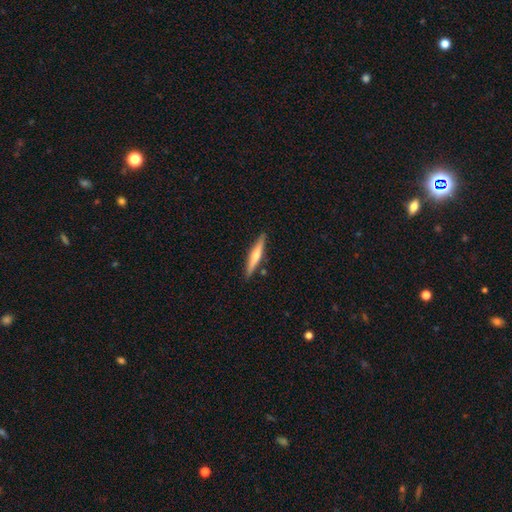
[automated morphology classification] smooth 50%, featured or disk 45%, star or artifact 5%. Down the decision tree: how rounded — cigar-shaped (92%); merging — none (88%).